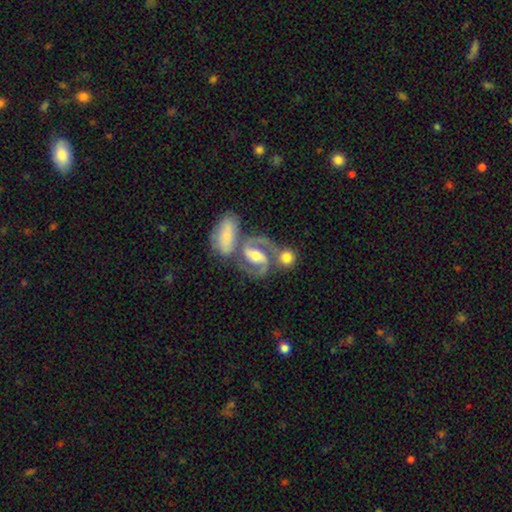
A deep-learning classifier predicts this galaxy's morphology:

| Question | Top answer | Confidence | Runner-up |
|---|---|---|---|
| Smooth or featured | featured or disk | 88% | smooth (7%) |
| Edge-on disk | no | 97% | yes (3%) |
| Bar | strong | 42% | weak (37%) |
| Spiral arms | yes | 97% | no (3%) |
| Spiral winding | medium | 64% | tight (24%) |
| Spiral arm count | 2 | 91% | 3 (2%) |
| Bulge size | moderate | 61% | small (28%) |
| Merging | none | 42% | merger (38%) |